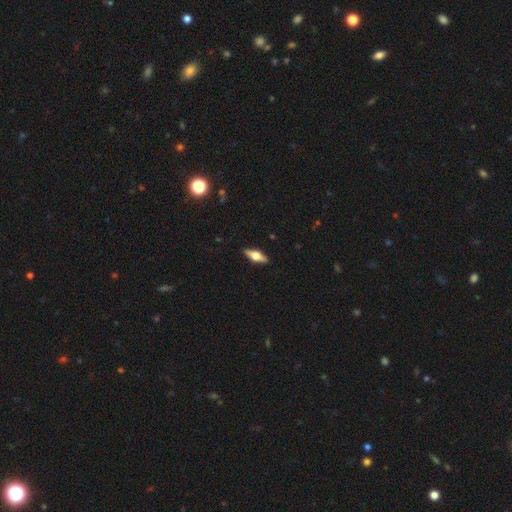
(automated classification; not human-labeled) Smooth or featured: featured or disk — 60% (smooth — 33%)
Edge-on disk: yes — 94% (no — 6%)
Edge-on bulge: rounded — 94% (boxy — 5%)
Merging: none — 90% (minor disturbance — 8%)